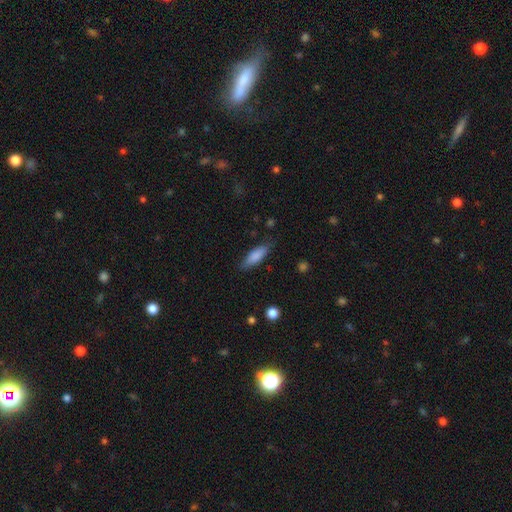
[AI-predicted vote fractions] This is clearly a smooth galaxy (81%). How rounded: possibly in between (55%). Merging: likely none (79%).